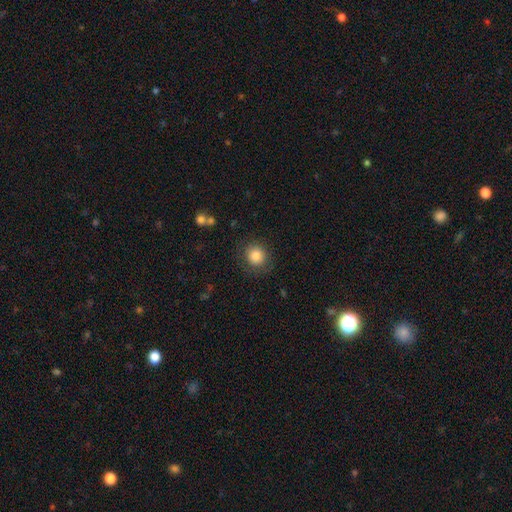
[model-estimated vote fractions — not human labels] A smooth galaxy with no disk features (84%) that is round (87%). Merging: none (83%).